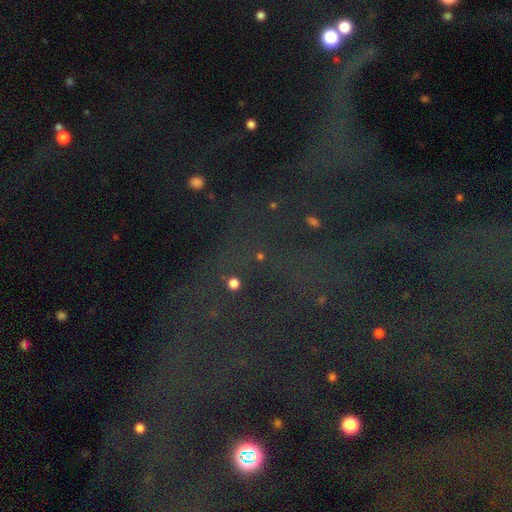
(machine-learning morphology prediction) smooth_or_featured: star or artifact (p=0.80) [alt: smooth p=0.10]